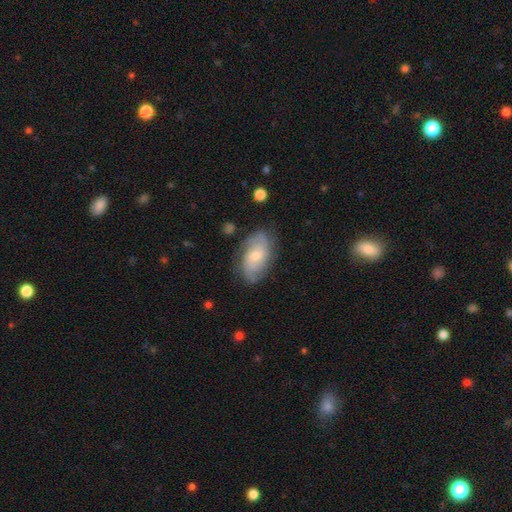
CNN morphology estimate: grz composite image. It shows a featured or disk galaxy (70%) with no bar (65%), 2 (57%) tight (43%) spiral arms (92%) and a small central bulge (52%). Merging: none (75%).